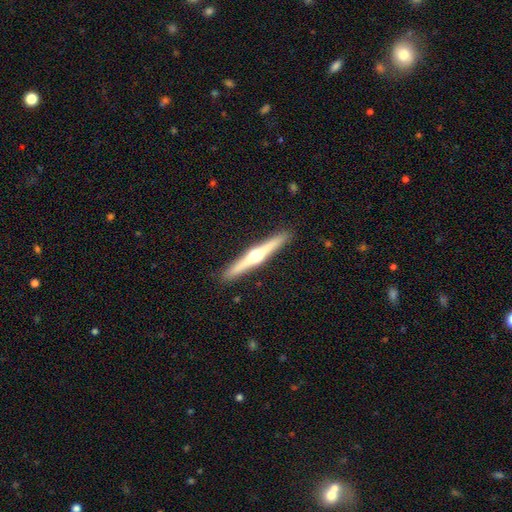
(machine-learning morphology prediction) This is likely a featured or disk galaxy (72%). It is clearly viewed edge-on (98%). Edge-on bulge: clearly rounded (94%). Merging: clearly none (92%).